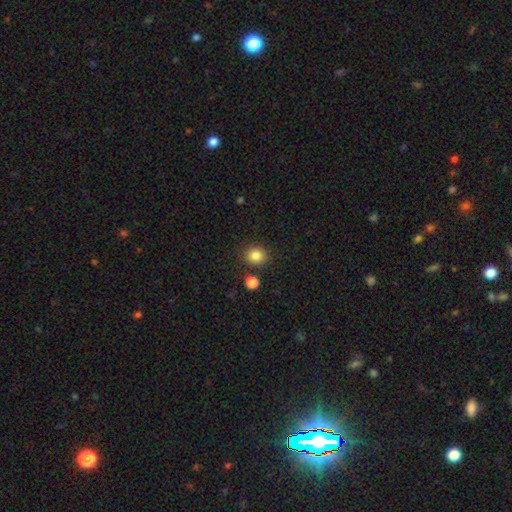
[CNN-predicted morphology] A smooth galaxy with no disk features (85%) that is round (80%). Merging: none (83%).